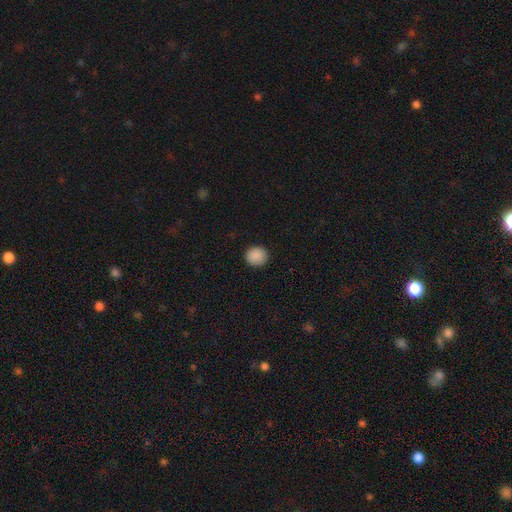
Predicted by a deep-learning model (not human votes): Morphology: type=smooth (89%); roundness=round (88%); merging=none (91%).